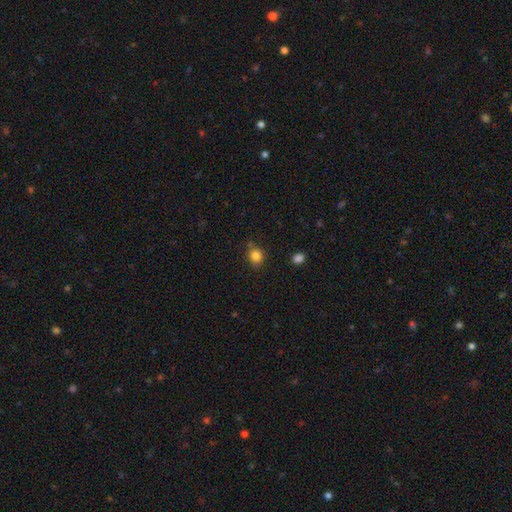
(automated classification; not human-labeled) smooth 84%, star or artifact 11%, featured or disk 5%. Down the decision tree: how rounded — round (81%); merging — none (76%).